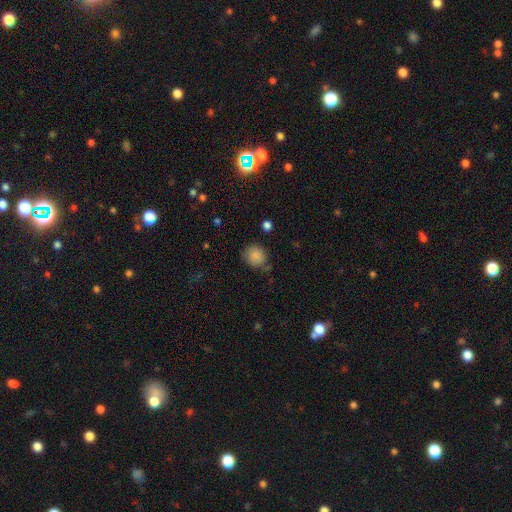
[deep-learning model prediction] Smooth or featured: smooth — 86% (star or artifact — 9%)
How rounded: round — 79% (in between — 20%)
Merging: none — 72% (minor disturbance — 19%)